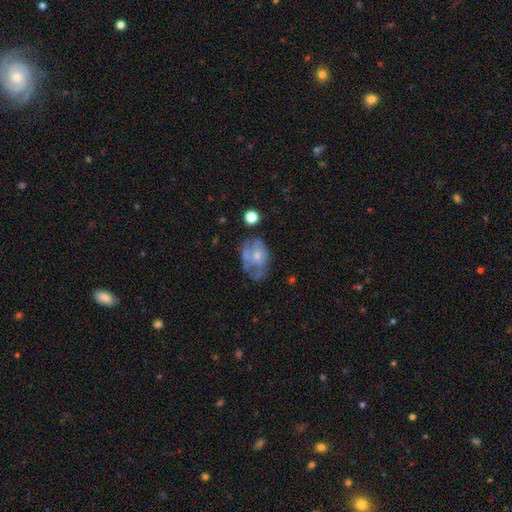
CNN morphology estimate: The model was most divided on "merging": none: 38%, minor disturbance: 28%, major disturbance: 28%, merger: 6%. More confident: edge-on disk — no (97%); bar — no (79%); spiral arms — no (58%); bulge size — small (53%); smooth or featured — featured or disk (52%).